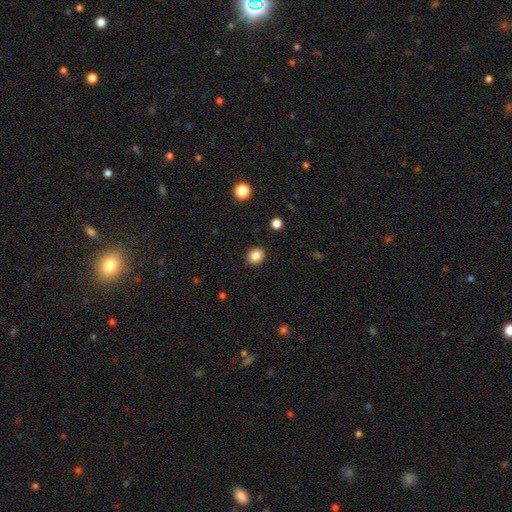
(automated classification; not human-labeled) Q: Smooth or featured?
A: smooth (86%); runner-up: star or artifact (10%)
Q: How rounded?
A: round (65%); runner-up: in between (34%)
Q: Merging?
A: none (90%); runner-up: minor disturbance (7%)